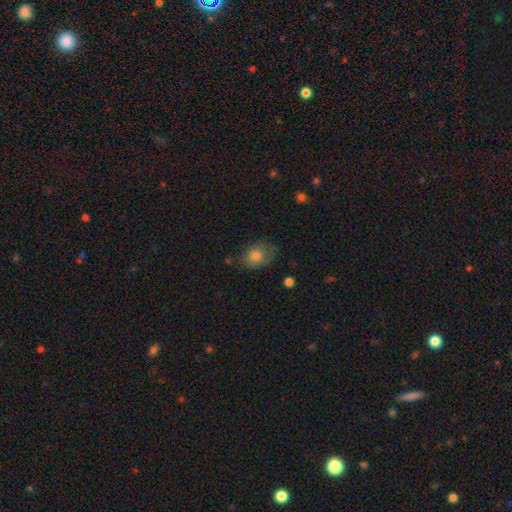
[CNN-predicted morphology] This appears to be a smooth galaxy with no disk features (77%) that is in between round and cigar-shaped (58%). Merging: none (63%).